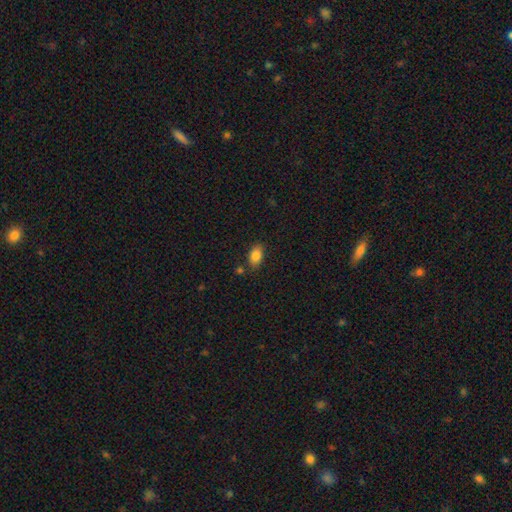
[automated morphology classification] type=smooth (85%); roundness=in between (89%); merging=none (80%).